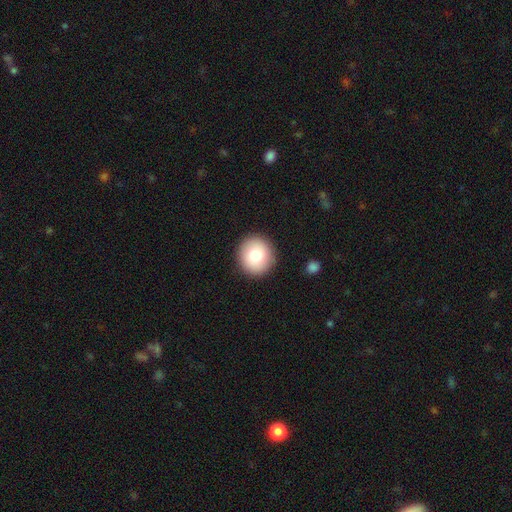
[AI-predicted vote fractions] Overall: smooth (79%). How rounded: round (91%). Merging: none (91%).